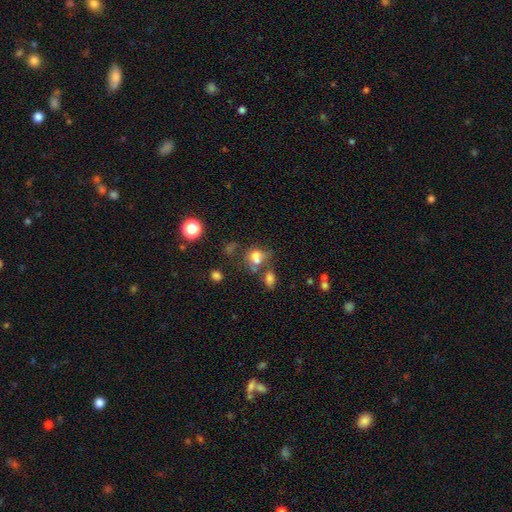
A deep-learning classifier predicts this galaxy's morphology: smooth-or-featured: smooth: 66% | star or artifact: 17% | featured or disk: 17%
  how-rounded: in between: 54% | round: 45% | cigar-shaped: 2%
  merging: merger: 43% | none: 33% | minor disturbance: 14% | major disturbance: 11%